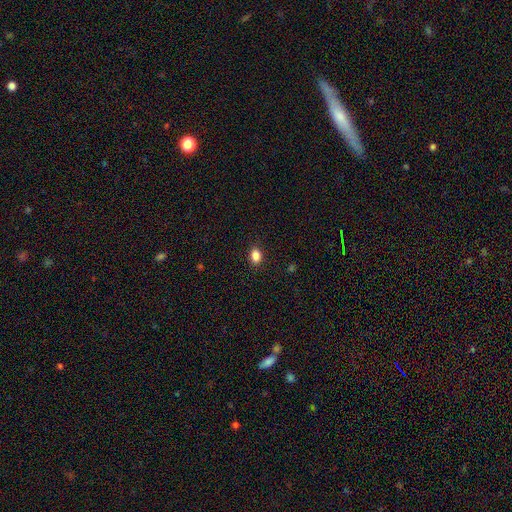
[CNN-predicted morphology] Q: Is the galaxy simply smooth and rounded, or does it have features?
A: smooth — 87%.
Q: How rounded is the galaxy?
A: in between — 73%.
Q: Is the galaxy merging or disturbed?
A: none — 89%.